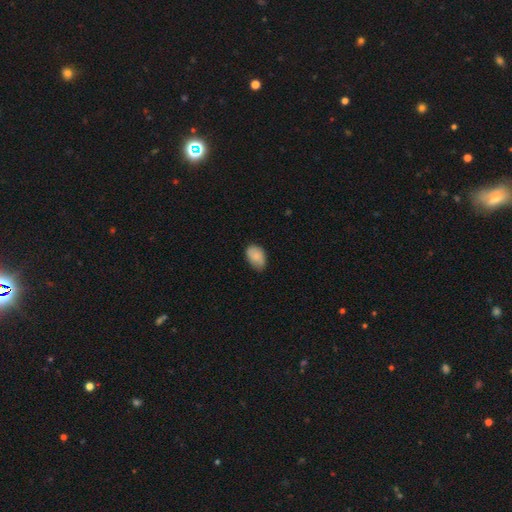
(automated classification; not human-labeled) Smooth or featured? smooth (82%)
How rounded? in between (89%)
Merging? none (66%)